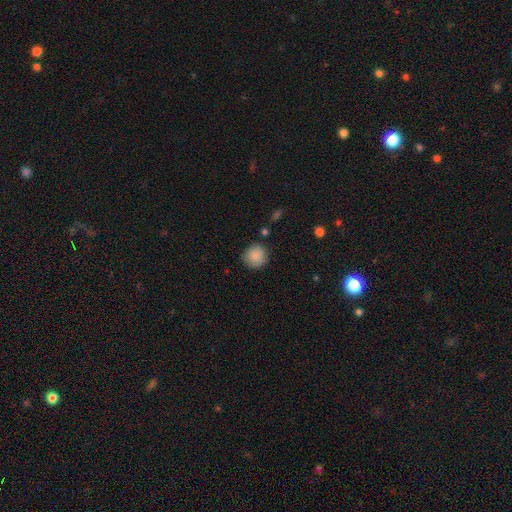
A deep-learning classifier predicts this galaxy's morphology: A smooth galaxy with no disk features (88%) that is round (91%). Merging: none (84%).